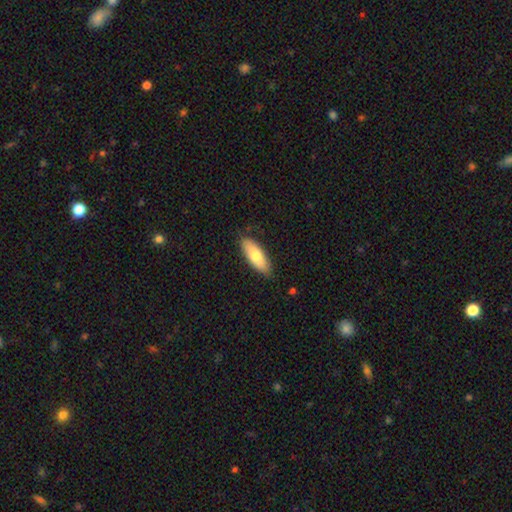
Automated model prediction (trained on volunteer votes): The model was most divided on "how rounded": in between: 68%, cigar-shaped: 30%, round: 2%. More confident: merging — none (83%); smooth or featured — smooth (78%).